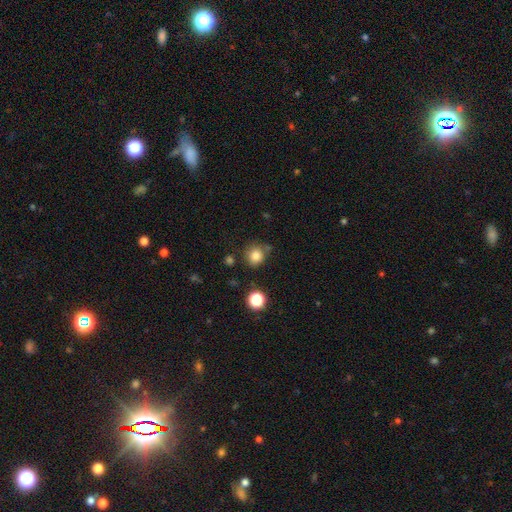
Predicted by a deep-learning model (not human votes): Smooth or featured? smooth (83%)
How rounded? round (83%)
Merging? none (70%)